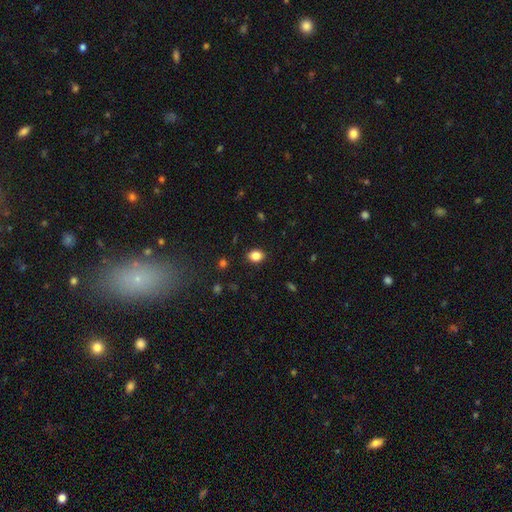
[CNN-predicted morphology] Smooth or featured?
  - smooth: 85% *
  - star or artifact: 10%
  - featured or disk: 5%
How rounded?
  - in between: 55% *
  - round: 44%
  - cigar-shaped: 1%
Merging?
  - none: 89% *
  - minor disturbance: 8%
  - major disturbance: 2%
  - merger: 1%